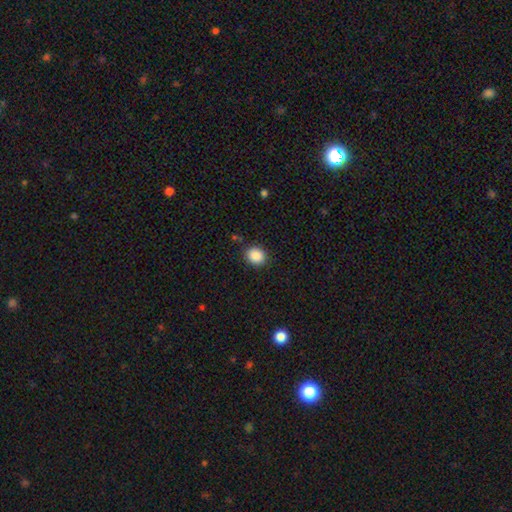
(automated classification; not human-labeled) Overall: smooth (88%). How rounded: round (69%; in between 31%). Merging: none (87%).